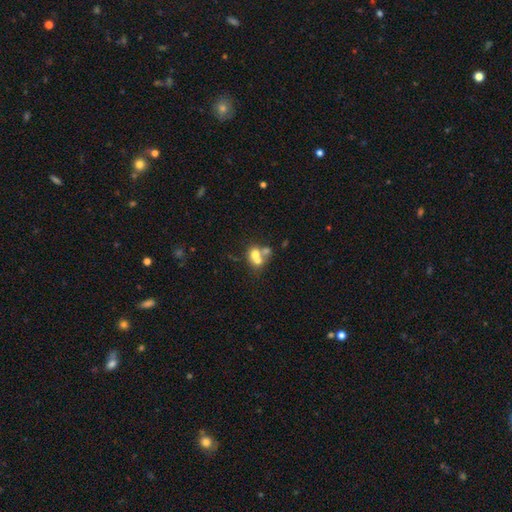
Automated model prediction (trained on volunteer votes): Q: Smooth or featured?
A: smooth (61%); runner-up: featured or disk (26%)
Q: How rounded?
A: round (72%); runner-up: in between (27%)
Q: Merging?
A: merger (60%); runner-up: none (29%)